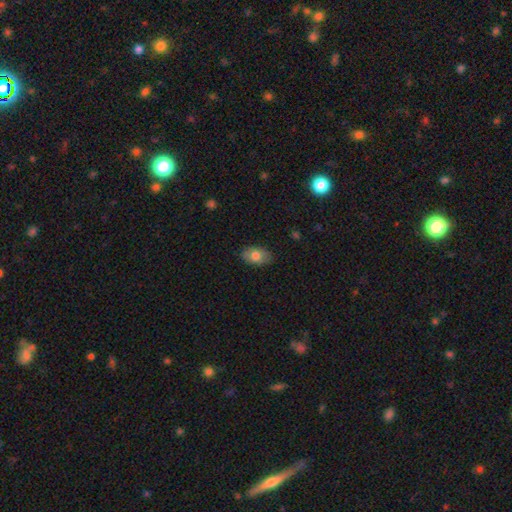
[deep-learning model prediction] This is likely a smooth galaxy (78%). How rounded: clearly in between (90%). Merging: clearly none (85%).